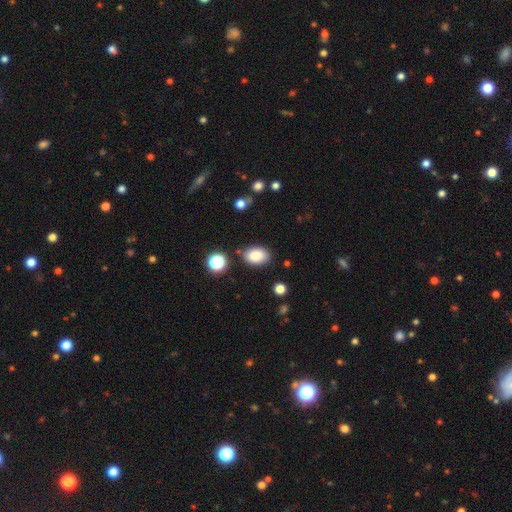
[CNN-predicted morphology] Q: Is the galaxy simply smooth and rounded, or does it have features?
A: smooth — 85%.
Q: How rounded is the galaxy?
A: in between — 86%.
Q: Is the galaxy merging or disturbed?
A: none — 81%.